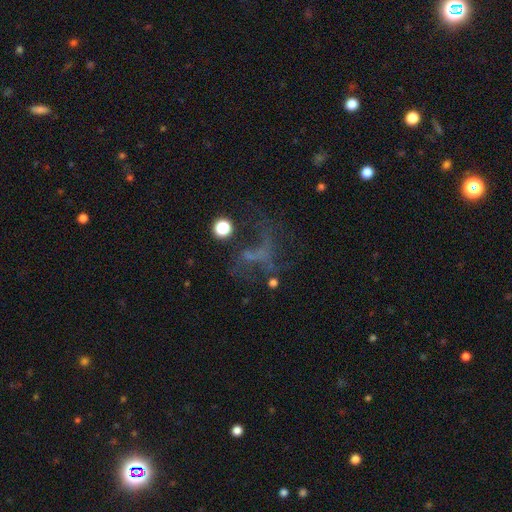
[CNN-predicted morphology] This appears to be a featured or disk galaxy (40%). Merging: major disturbance (39%).